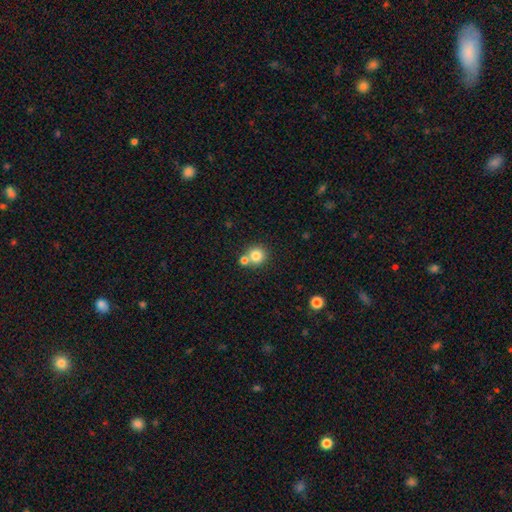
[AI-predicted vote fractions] A smooth galaxy with no disk features (80%) that is round (92%).

Vote fractions:
- Smooth or featured? smooth: 80% / star or artifact: 11% / featured or disk: 9%
- How rounded? round: 92% / in between: 7% / cigar-shaped: 1%
- Merging? none: 59% / merger: 32% / minor disturbance: 7% / major disturbance: 2%